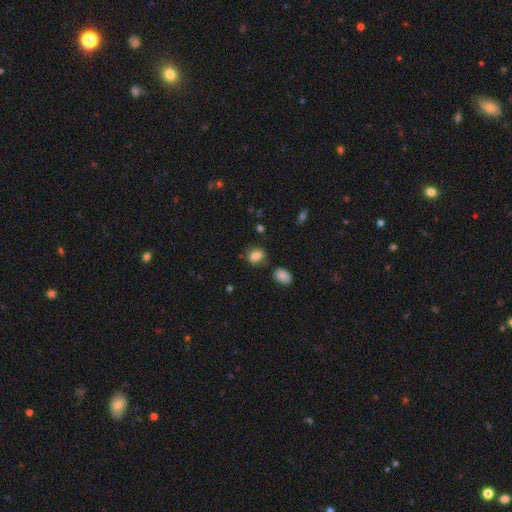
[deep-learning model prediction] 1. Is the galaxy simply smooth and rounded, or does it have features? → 81% smooth, 10% featured or disk, 10% star or artifact.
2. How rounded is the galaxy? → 61% in between, 37% round, 2% cigar-shaped.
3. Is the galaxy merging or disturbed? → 70% none, 19% minor disturbance, 6% major disturbance, 6% merger.